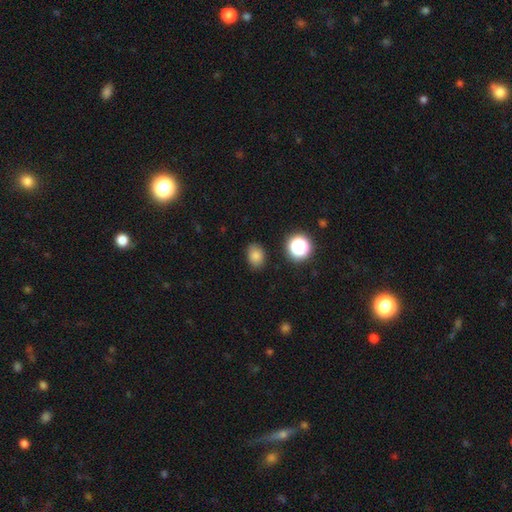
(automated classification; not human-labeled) Overall: smooth (81%). How rounded: in between (64%; round 35%). Merging: none (84%).